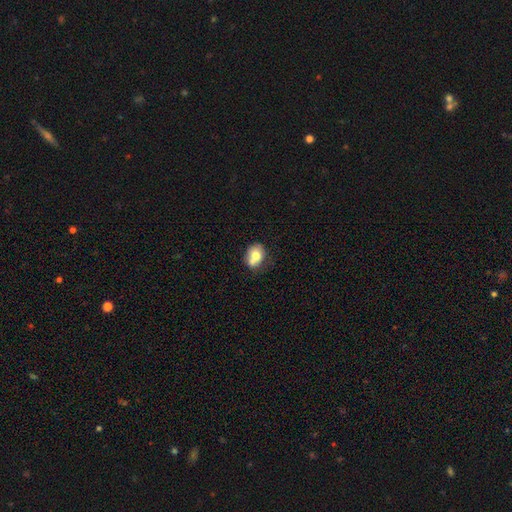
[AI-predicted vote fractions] A smooth galaxy with no disk features (69%) that is round (51%). Merging: none (45%).